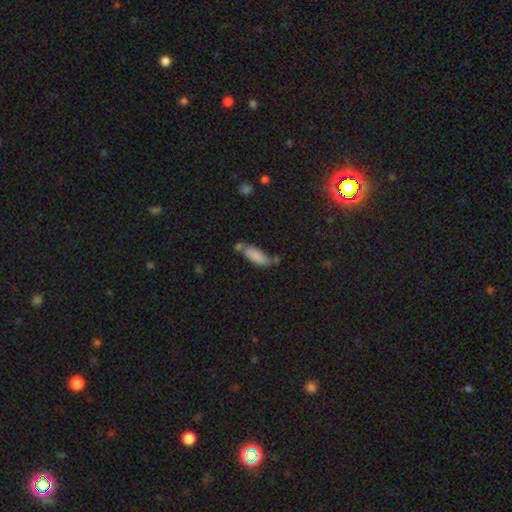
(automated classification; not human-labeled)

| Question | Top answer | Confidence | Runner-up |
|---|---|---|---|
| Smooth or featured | smooth | 83% | featured or disk (10%) |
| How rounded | in between | 68% | cigar-shaped (30%) |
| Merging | none | 54% | minor disturbance (21%) |